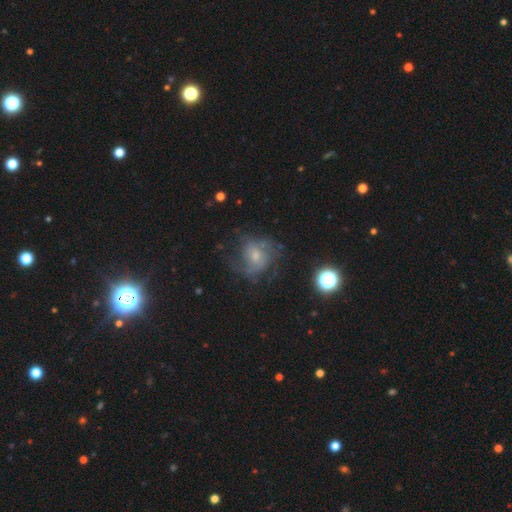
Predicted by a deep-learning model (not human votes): A featured or disk galaxy (69%) with no bar (67%), 2 (36%) medium (46%) spiral arms (85%) and a small central bulge (48%).

Vote fractions:
- Smooth or featured? featured or disk: 69% / smooth: 21% / star or artifact: 11%
- Edge-on disk? no: 98% / yes: 2%
- Bar? no: 67% / weak: 28% / strong: 4%
- Spiral arms? yes: 85% / no: 15%
- Spiral winding? medium: 46% / tight: 32% / loose: 22%
- Spiral arm count? 2: 36% / can't tell: 33% / 3: 16% / 1: 6% / 4: 5% / more than 4: 4%
- Bulge size? small: 48% / moderate: 42% / none: 4% / large: 4% / dominant: 1%
- Merging? none: 56% / minor disturbance: 21% / major disturbance: 21% / merger: 2%